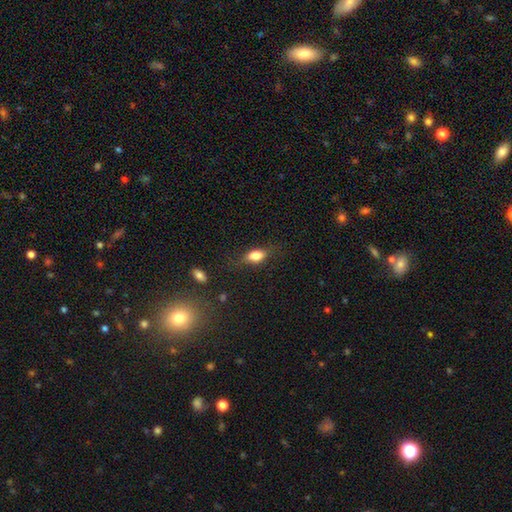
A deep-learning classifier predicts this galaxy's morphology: smooth 76%, featured or disk 15%, star or artifact 8%. Down the decision tree: how rounded — in between (80%); merging — none (73%).